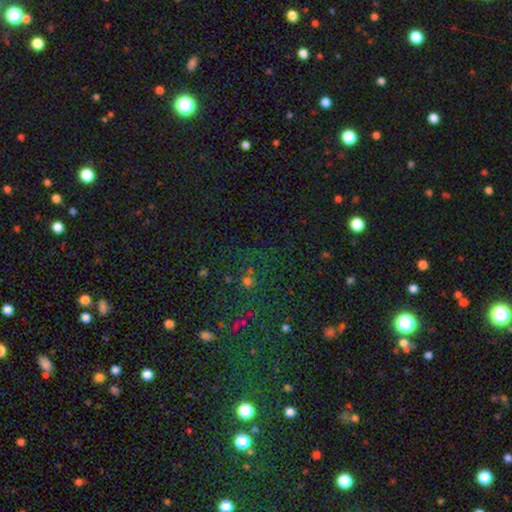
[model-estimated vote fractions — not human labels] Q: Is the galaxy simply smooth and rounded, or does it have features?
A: star or artifact — 68%.